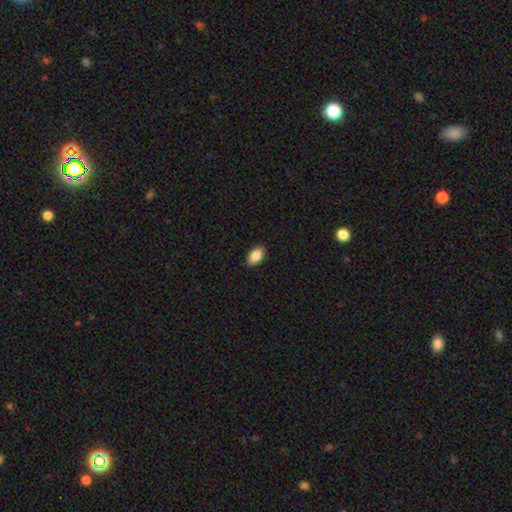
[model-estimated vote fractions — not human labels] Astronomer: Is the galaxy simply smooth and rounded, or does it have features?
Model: smooth — 87%.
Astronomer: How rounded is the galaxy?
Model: in between — 93%.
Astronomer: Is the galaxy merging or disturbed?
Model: none — 89%.